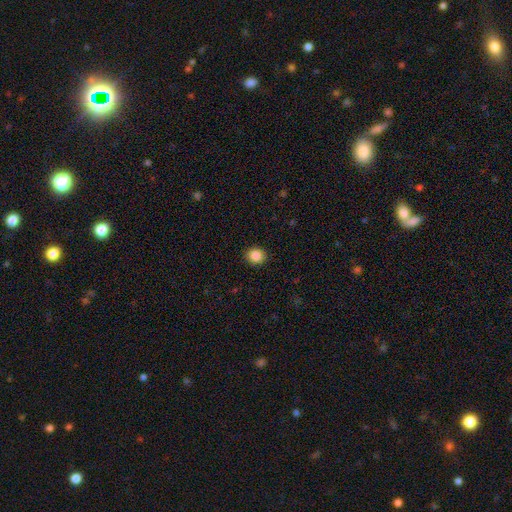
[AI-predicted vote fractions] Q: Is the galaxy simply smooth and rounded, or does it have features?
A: smooth — 86%.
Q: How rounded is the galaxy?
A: round — 84%.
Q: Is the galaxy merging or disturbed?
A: none — 91%.